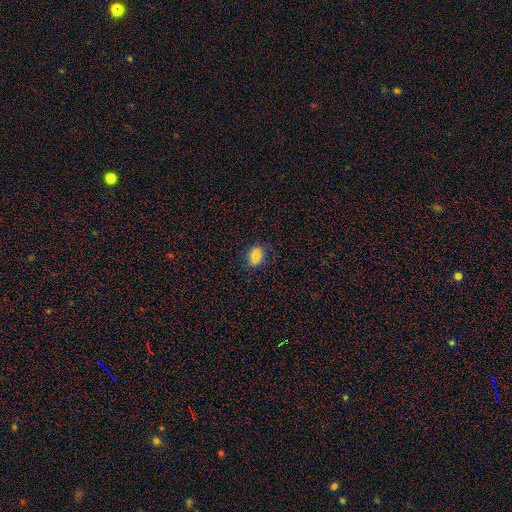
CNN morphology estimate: This is clearly a smooth galaxy (86%). How rounded: clearly in between (82%). Merging: clearly none (82%).